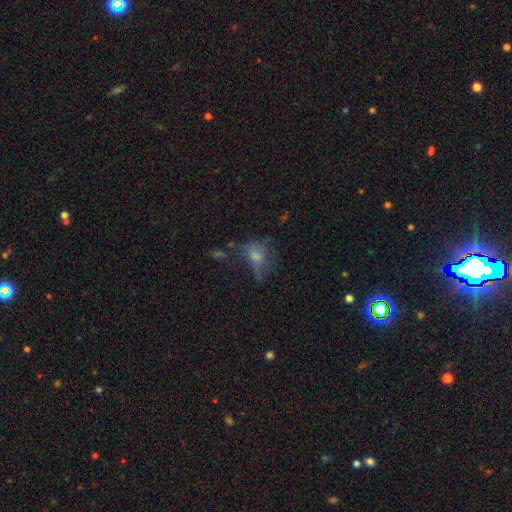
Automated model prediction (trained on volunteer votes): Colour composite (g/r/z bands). It shows a smooth galaxy with no disk features (47%). Merging: none (38%).